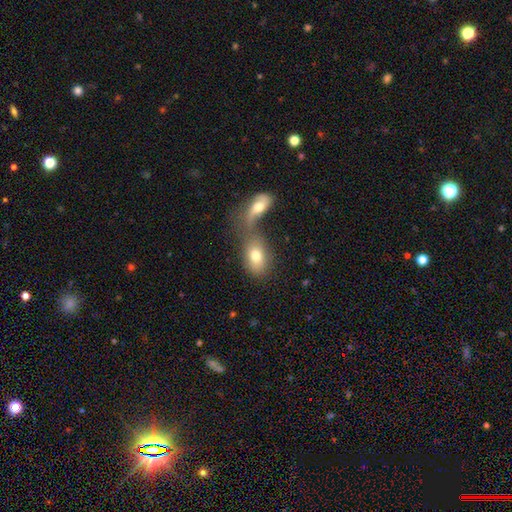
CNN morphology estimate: The model was most divided on "merging": merger: 51%, none: 35%, minor disturbance: 8%, major disturbance: 6%. More confident: how rounded — in between (85%); smooth or featured — smooth (74%).